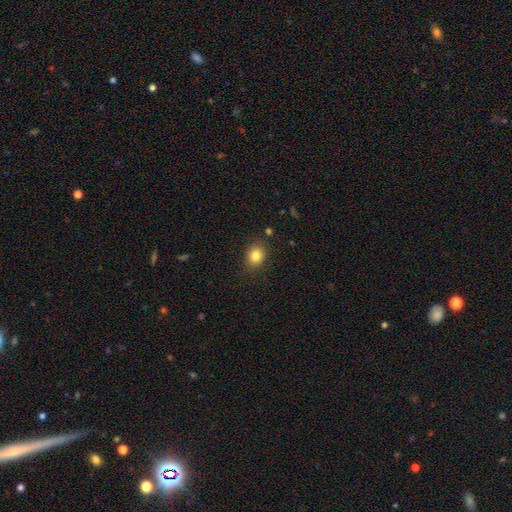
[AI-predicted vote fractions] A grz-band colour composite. It shows a smooth galaxy with no disk features (83%) that is round (53%). Merging: none (84%).